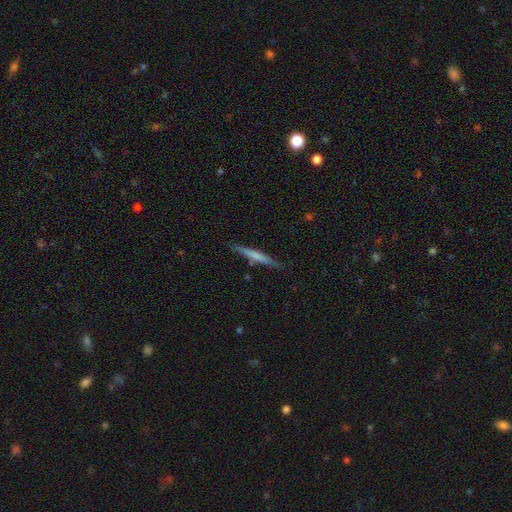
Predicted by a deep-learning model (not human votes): Smooth or featured: smooth — 58% (featured or disk — 37%)
How rounded: cigar-shaped — 95% (in between — 3%)
Merging: none — 85% (minor disturbance — 10%)